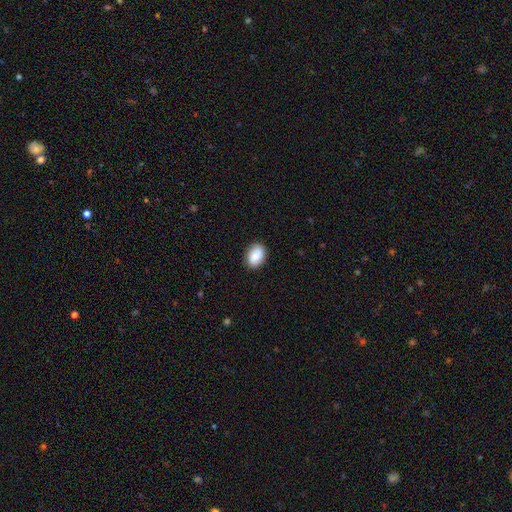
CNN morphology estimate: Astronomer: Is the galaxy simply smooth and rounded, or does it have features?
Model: smooth — 85%.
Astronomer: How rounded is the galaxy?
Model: in between — 77%.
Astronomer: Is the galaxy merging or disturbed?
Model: none — 87%.